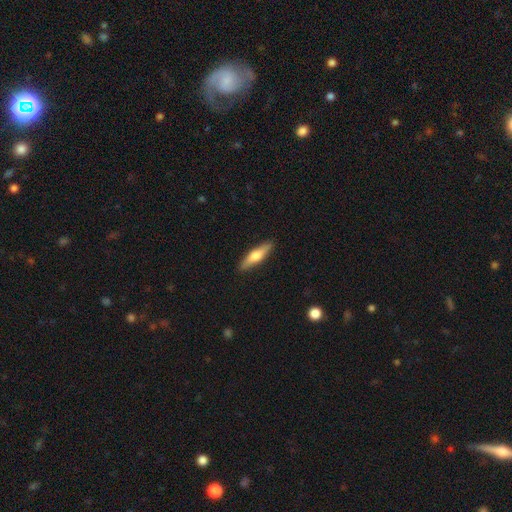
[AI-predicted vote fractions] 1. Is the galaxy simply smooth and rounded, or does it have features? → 54% smooth, 40% featured or disk, 5% star or artifact.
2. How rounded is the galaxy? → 76% cigar-shaped, 22% in between, 2% round.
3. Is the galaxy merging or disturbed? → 89% none, 8% minor disturbance, 2% major disturbance, 1% merger.